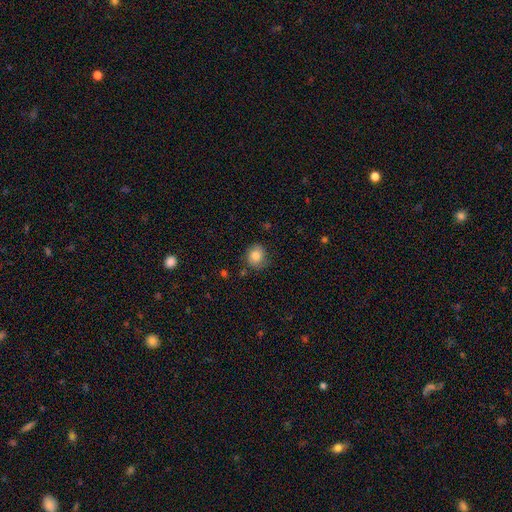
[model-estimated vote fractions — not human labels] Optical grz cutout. It shows a smooth galaxy with no disk features (82%) that is round (79%). Merging: none (75%).